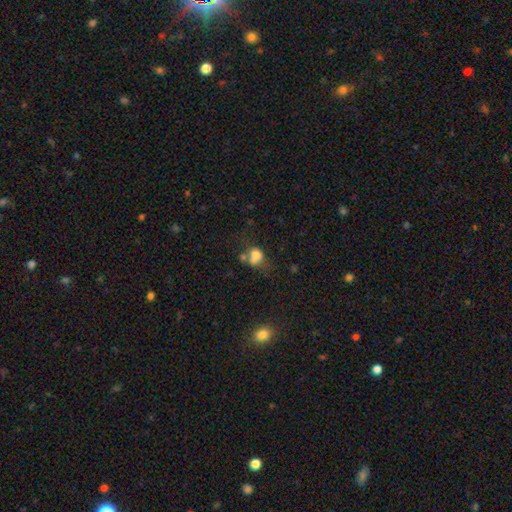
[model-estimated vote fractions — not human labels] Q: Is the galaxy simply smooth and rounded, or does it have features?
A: smooth — 70%.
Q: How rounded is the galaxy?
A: in between — 50%.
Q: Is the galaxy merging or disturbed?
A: merger — 38%.